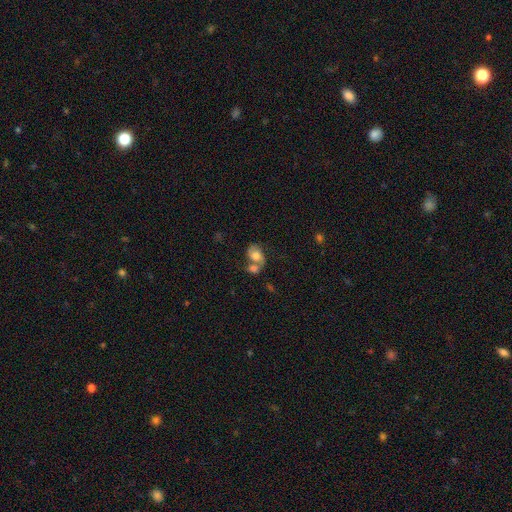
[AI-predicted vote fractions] Smooth or featured? smooth (50%)
How rounded? in between (71%)
Merging? merger (55%)